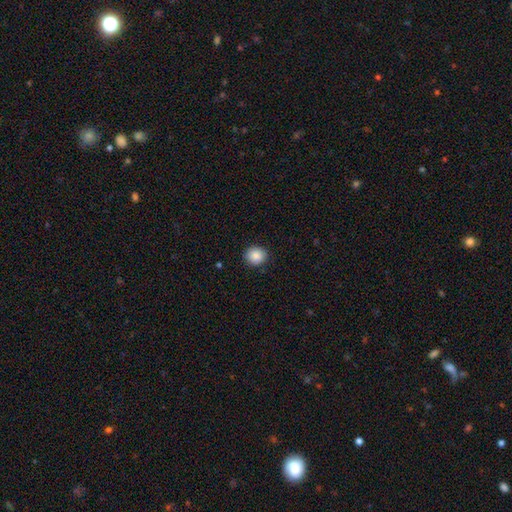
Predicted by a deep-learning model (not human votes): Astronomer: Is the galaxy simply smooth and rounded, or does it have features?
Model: smooth — 88%.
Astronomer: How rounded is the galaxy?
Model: round — 83%.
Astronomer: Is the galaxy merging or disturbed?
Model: none — 89%.